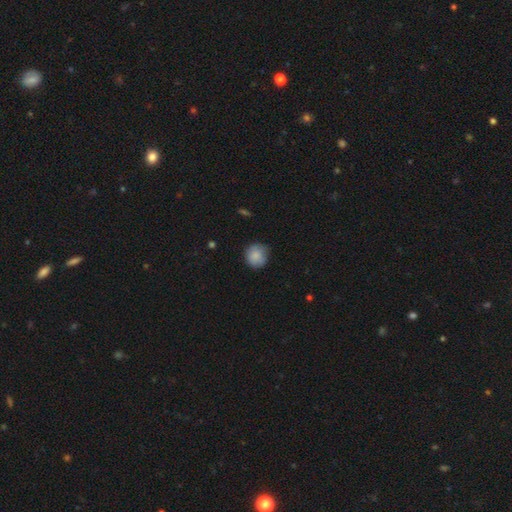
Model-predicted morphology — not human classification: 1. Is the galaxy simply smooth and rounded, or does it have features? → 86% smooth, 7% star or artifact, 6% featured or disk.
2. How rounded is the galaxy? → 91% round, 8% in between, 1% cigar-shaped.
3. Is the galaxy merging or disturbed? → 76% none, 19% minor disturbance, 3% major disturbance, 1% merger.